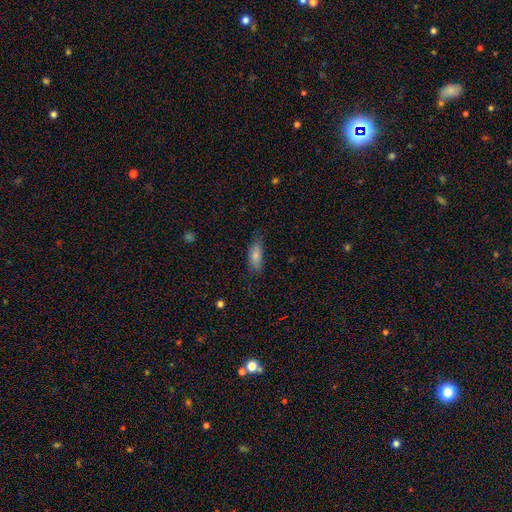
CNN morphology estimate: smooth-or-featured: smooth: 80% | featured or disk: 12% | star or artifact: 8%
  how-rounded: in between: 78% | cigar-shaped: 19% | round: 2%
  merging: none: 67% | minor disturbance: 25% | major disturbance: 6% | merger: 2%